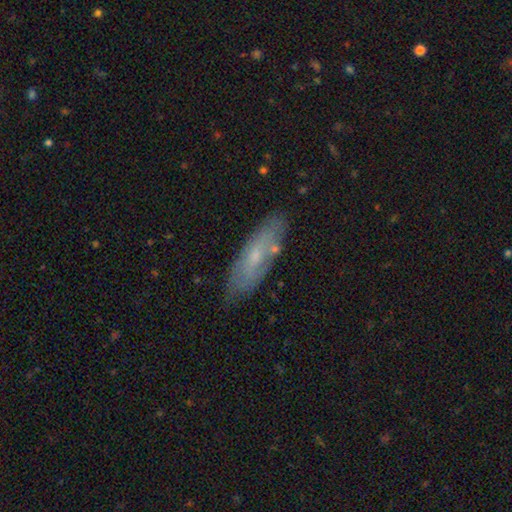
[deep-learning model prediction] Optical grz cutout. It shows a featured or disk galaxy (48%). Merging: none (78%).